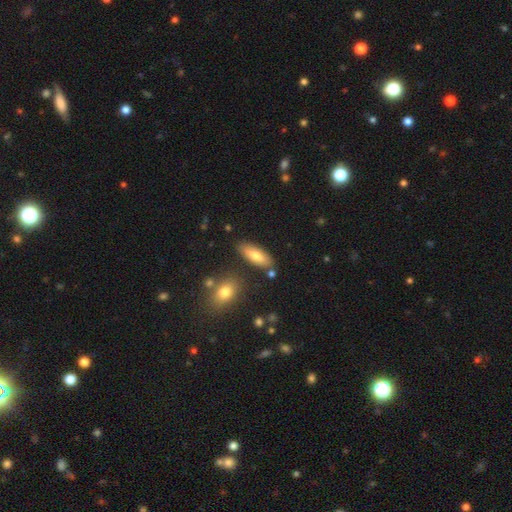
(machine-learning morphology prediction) type=smooth (74%); roundness=in between (67%); merging=none (81%).